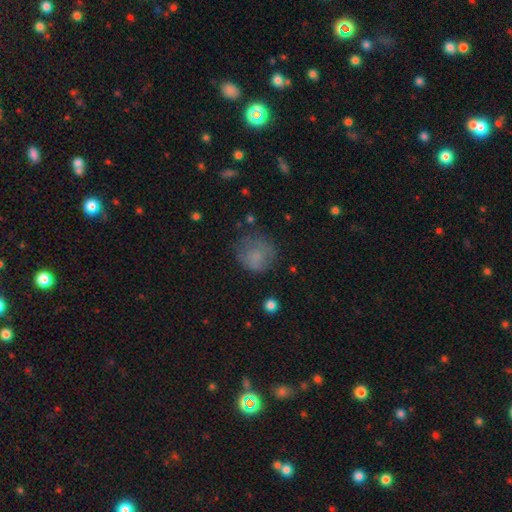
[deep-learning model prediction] smooth-or-featured: smooth: 71% | featured or disk: 18% | star or artifact: 12%
  how-rounded: round: 81% | in between: 18% | cigar-shaped: 1%
  merging: none: 58% | minor disturbance: 24% | major disturbance: 15% | merger: 2%